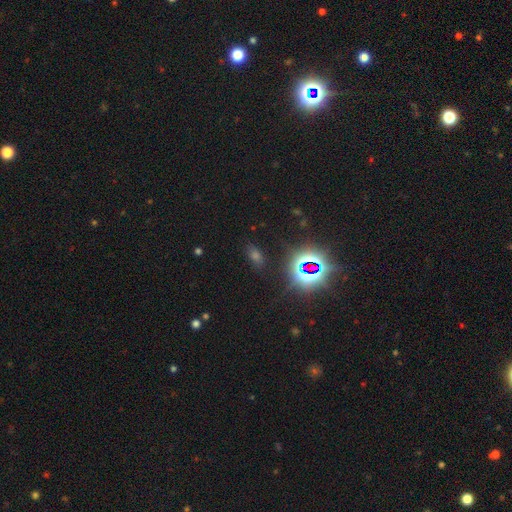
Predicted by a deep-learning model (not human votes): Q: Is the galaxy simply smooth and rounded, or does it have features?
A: star or artifact — 54%.